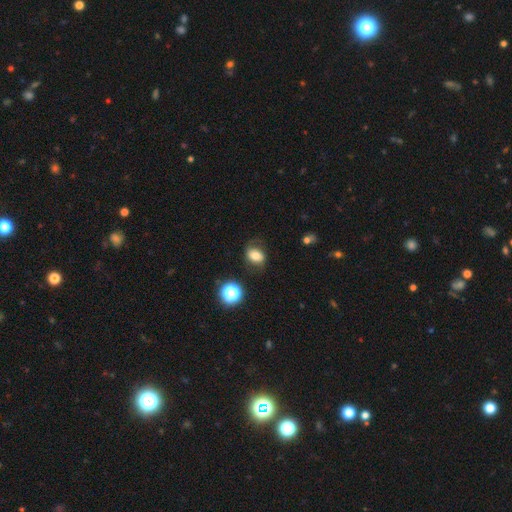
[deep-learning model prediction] smooth-or-featured: smooth: 59% | featured or disk: 28% | star or artifact: 13%
  how-rounded: in between: 62% | round: 36% | cigar-shaped: 1%
  merging: none: 61% | minor disturbance: 23% | major disturbance: 13% | merger: 3%